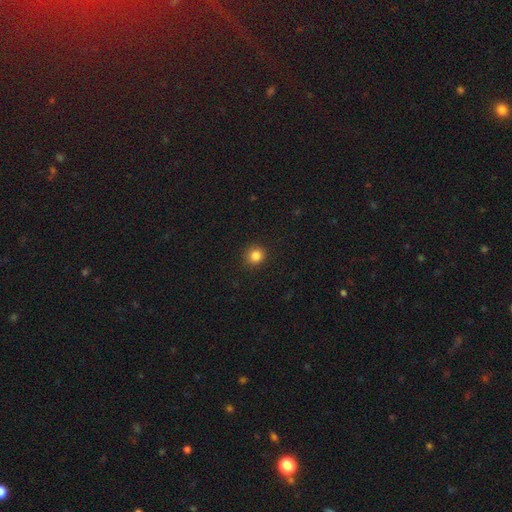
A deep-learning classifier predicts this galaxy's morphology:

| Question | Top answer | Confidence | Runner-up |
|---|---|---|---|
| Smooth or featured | smooth | 85% | star or artifact (11%) |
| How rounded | round | 87% | in between (12%) |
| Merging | none | 90% | minor disturbance (7%) |